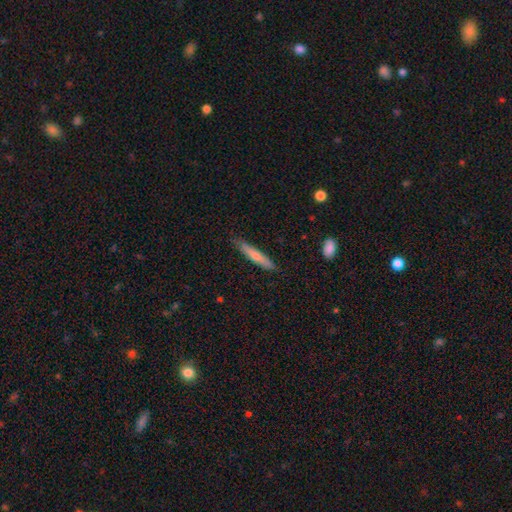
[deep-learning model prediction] A smooth galaxy with no disk features (67%) that is cigar-shaped (92%). Merging: none (82%).